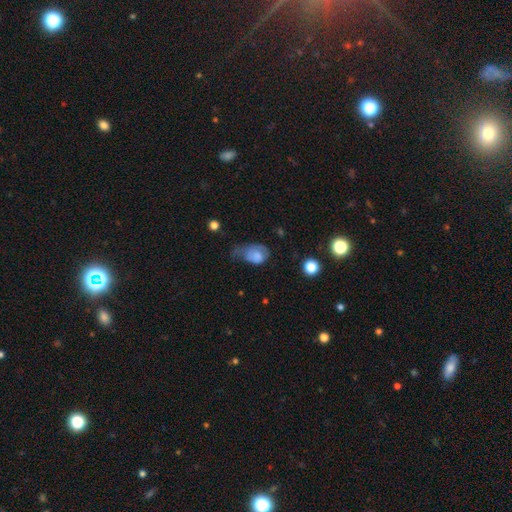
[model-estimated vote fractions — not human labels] smooth 67%, featured or disk 24%, star or artifact 9%. Down the decision tree: how rounded — in between (72%); merging — major disturbance (44%).